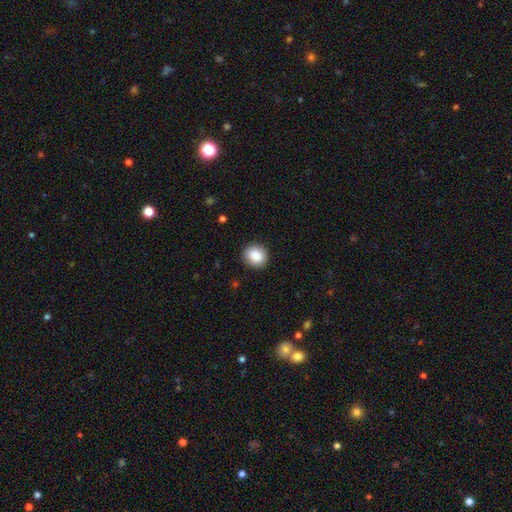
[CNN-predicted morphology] A smooth galaxy with no disk features (88%) that is round (79%). Merging: none (89%).